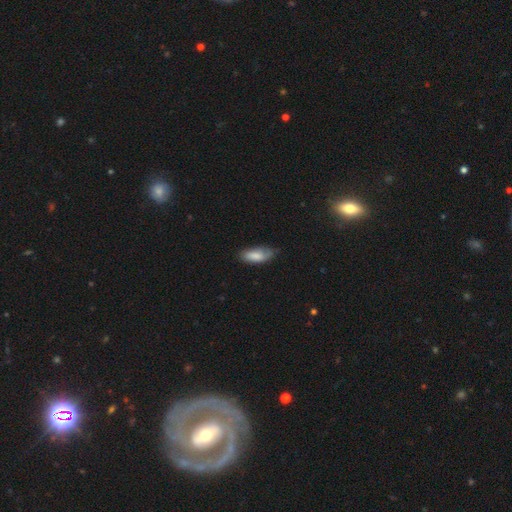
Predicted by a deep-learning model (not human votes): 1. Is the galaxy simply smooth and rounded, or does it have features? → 79% smooth, 15% featured or disk, 6% star or artifact.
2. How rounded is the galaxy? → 82% in between, 16% cigar-shaped, 2% round.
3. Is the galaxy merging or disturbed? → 62% none, 30% minor disturbance, 6% major disturbance, 1% merger.